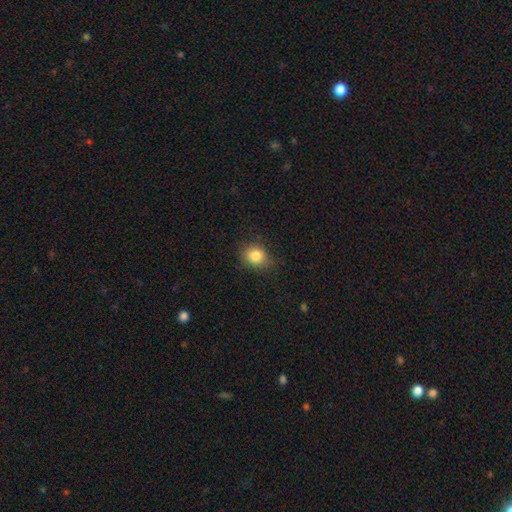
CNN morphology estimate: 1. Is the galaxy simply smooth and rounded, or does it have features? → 84% smooth, 10% star or artifact, 6% featured or disk.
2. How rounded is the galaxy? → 66% round, 33% in between, 1% cigar-shaped.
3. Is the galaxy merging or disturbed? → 81% none, 15% minor disturbance, 4% major disturbance, 1% merger.